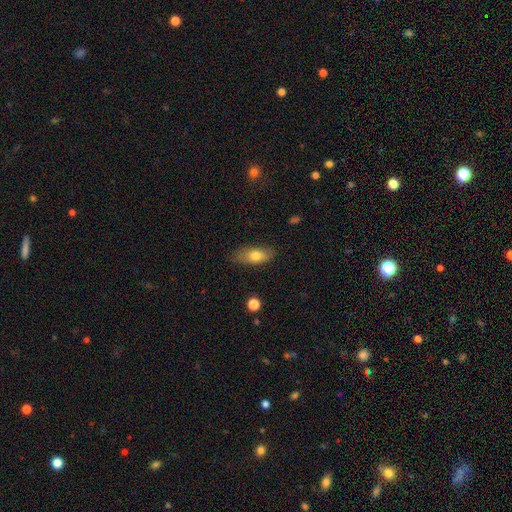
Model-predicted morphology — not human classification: type=smooth (74%); roundness=in between (81%); merging=none (79%).